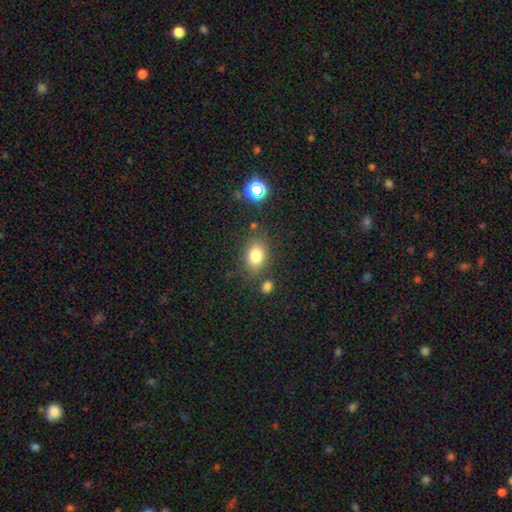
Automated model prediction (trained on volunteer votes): The model was most divided on "how rounded": in between: 66%, round: 32%, cigar-shaped: 1%. More confident: smooth or featured — smooth (79%); merging — none (75%).